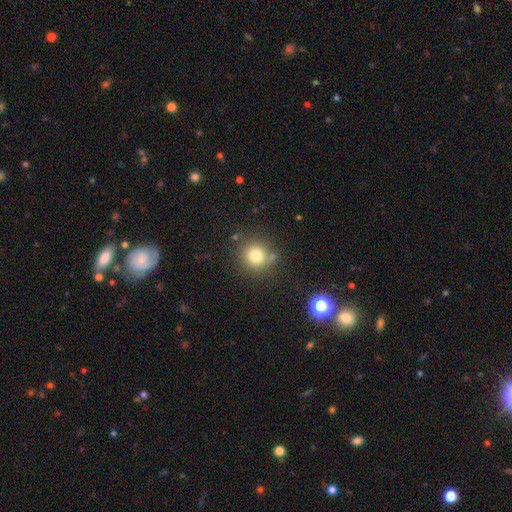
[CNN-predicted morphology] Smooth or featured: smooth — 77% (star or artifact — 13%)
How rounded: round — 92% (in between — 7%)
Merging: none — 76% (minor disturbance — 12%)